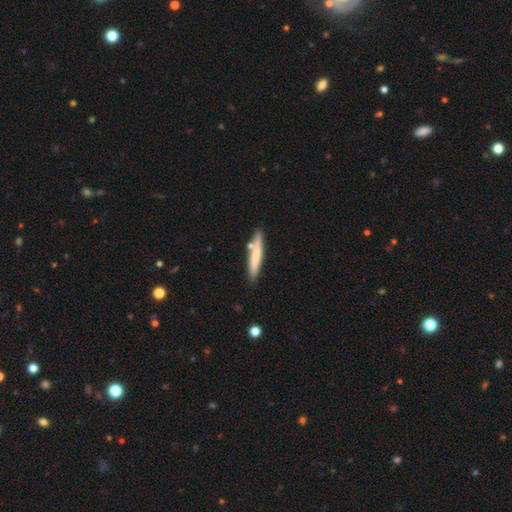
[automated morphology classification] smooth 68%, featured or disk 26%, star or artifact 6%. Down the decision tree: how rounded — cigar-shaped (93%); merging — none (77%).